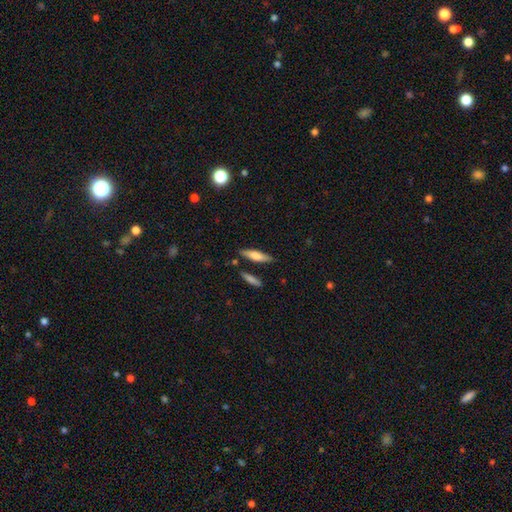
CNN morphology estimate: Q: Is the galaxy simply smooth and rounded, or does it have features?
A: smooth — 63%.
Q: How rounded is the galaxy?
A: cigar-shaped — 73%.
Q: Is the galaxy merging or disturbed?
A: none — 81%.